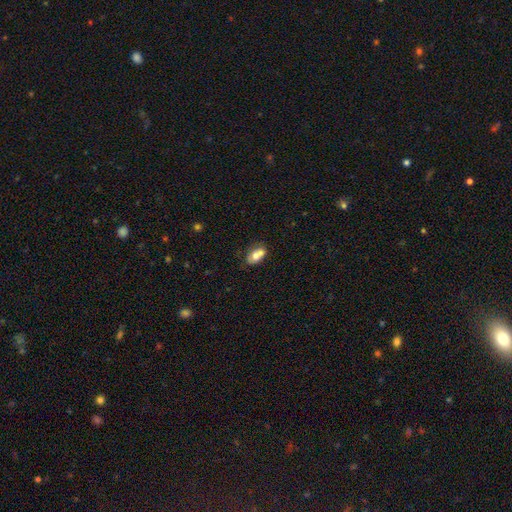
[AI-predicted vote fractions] The model was most divided on "merging": merger: 39%, none: 38%, minor disturbance: 17%, major disturbance: 6%. More confident: how rounded — in between (84%); smooth or featured — smooth (69%).